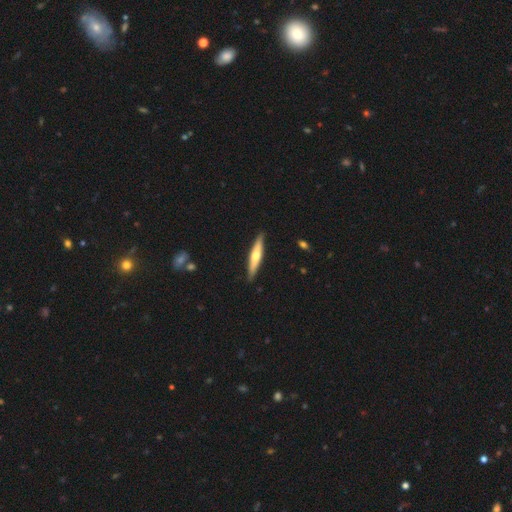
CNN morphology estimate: featured or disk 52%, smooth 44%, star or artifact 5%. Down the decision tree: edge-on disk — yes (94%); merging — none (89%).